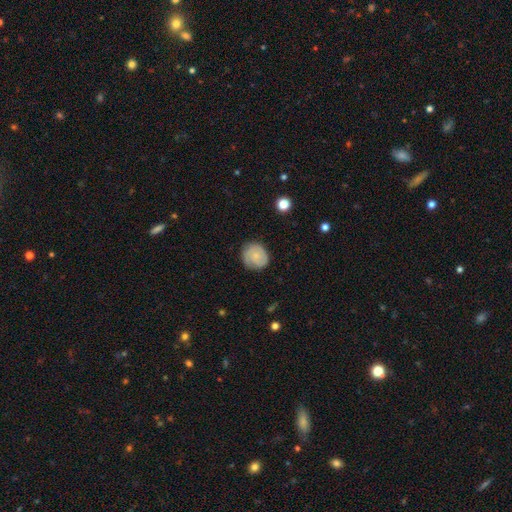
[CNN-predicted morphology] Q: Smooth or featured?
A: featured or disk (51%); runner-up: smooth (42%)
Q: Edge-on disk?
A: no (98%); runner-up: yes (2%)
Q: Merging?
A: none (81%); runner-up: minor disturbance (14%)